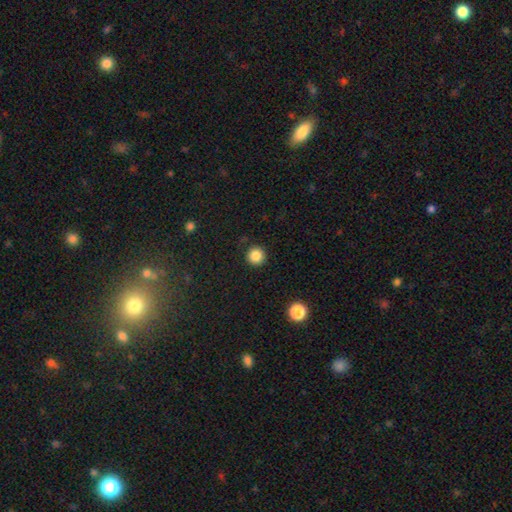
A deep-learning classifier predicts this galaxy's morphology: smooth-or-featured: smooth: 85% | star or artifact: 11% | featured or disk: 4%
  how-rounded: round: 95% | in between: 4% | cigar-shaped: 1%
  merging: none: 91% | minor disturbance: 6% | major disturbance: 2% | merger: 1%